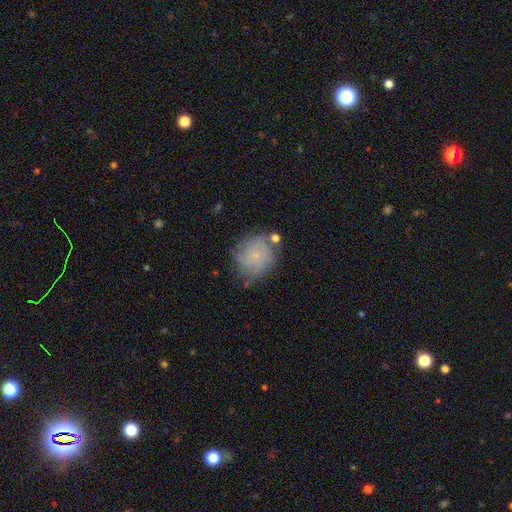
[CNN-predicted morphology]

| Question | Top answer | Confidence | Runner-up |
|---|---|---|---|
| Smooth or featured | smooth | 45% | featured or disk (44%) |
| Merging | none | 65% | minor disturbance (22%) |